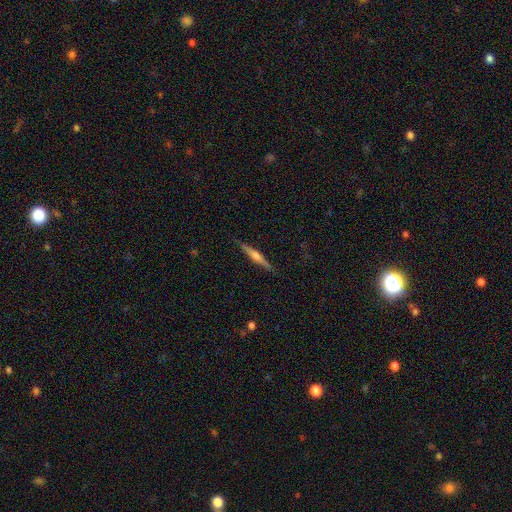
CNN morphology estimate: Smooth or featured? Predicted: featured or disk (p=0.69). Edge-on disk? Predicted: yes (p=0.98). Edge-on bulge? Predicted: rounded (p=0.87). Merging? Predicted: none (p=0.90).